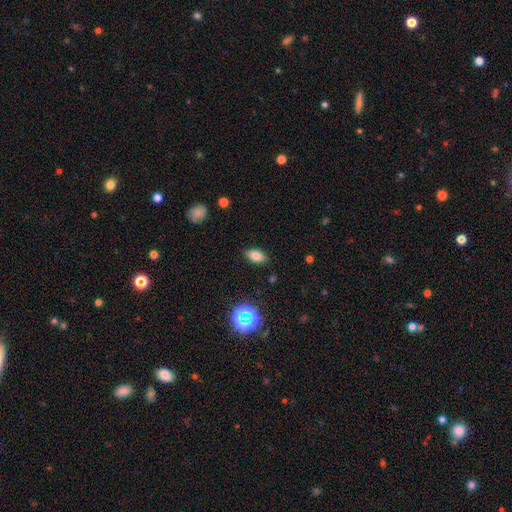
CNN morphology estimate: The model was most divided on "smooth or featured": smooth: 77%, star or artifact: 14%, featured or disk: 9%. More confident: how rounded — in between (89%); merging — none (87%).